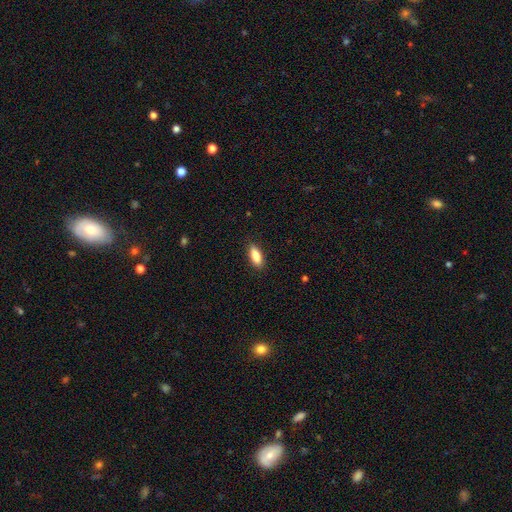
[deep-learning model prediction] Morphology: type=smooth (87%); roundness=in between (77%); merging=none (88%).